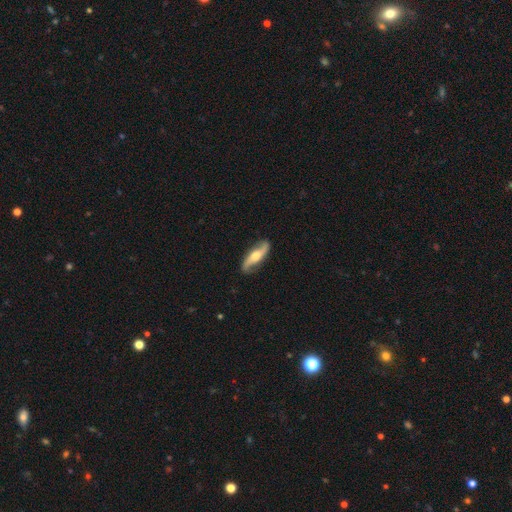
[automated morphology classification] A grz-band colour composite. It shows a featured or disk galaxy (75%) with no bar (51%), 2 (93%) loose (67%) spiral arms (93%) and a moderate central bulge (60%). Merging: none (84%).